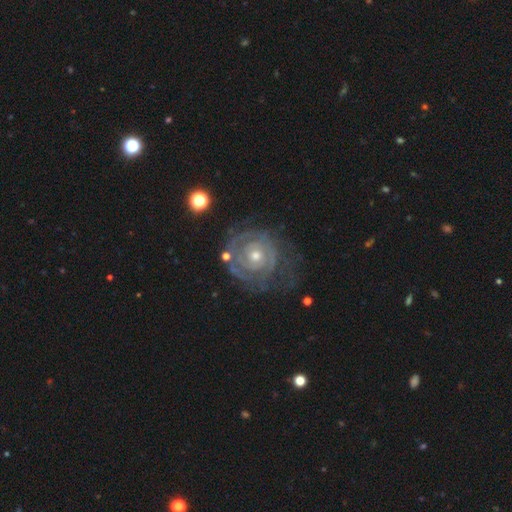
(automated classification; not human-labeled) Smooth or featured: featured or disk — 88% (smooth — 7%)
Edge-on disk: no — 98% (yes — 2%)
Bar: no — 79% (weak — 17%)
Spiral arms: yes — 93% (no — 7%)
Spiral winding: tight — 81% (medium — 15%)
Spiral arm count: can't tell — 36% (2 — 29%)
Bulge size: moderate — 55% (small — 40%)
Merging: none — 65% (minor disturbance — 19%)